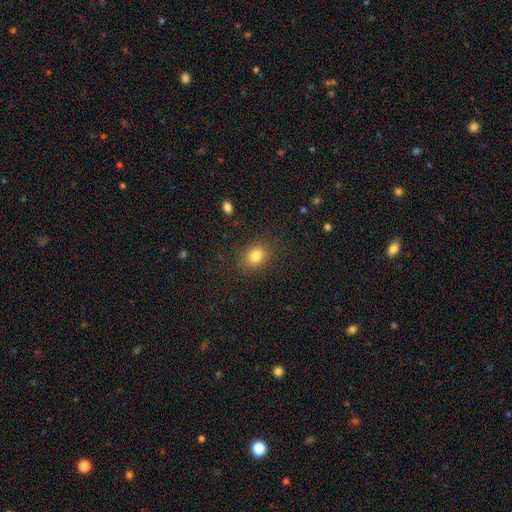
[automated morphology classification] Overall: smooth (82%). How rounded: round (53%; in between 46%). Merging: none (85%).